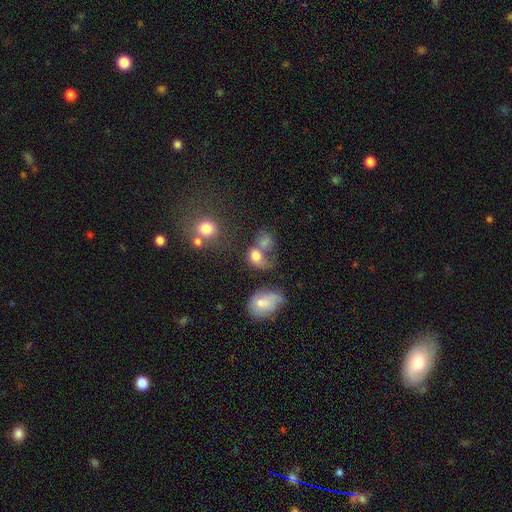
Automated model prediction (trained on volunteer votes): smooth-or-featured: smooth: 71% | featured or disk: 16% | star or artifact: 14%
  how-rounded: round: 51% | in between: 48% | cigar-shaped: 2%
  merging: merger: 46% | none: 26% | major disturbance: 16% | minor disturbance: 13%